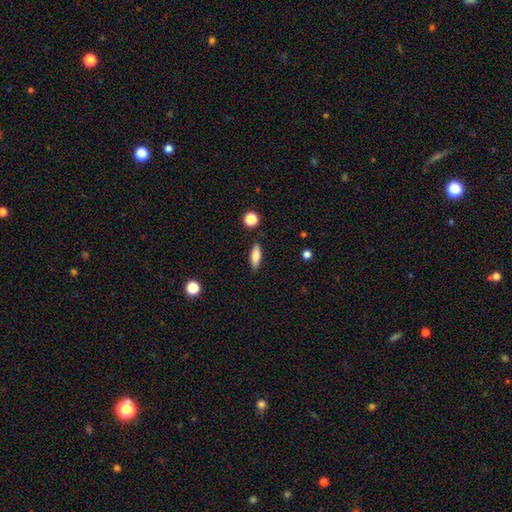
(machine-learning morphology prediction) Q: Smooth or featured?
A: smooth (75%); runner-up: featured or disk (18%)
Q: How rounded?
A: in between (53%); runner-up: cigar-shaped (44%)
Q: Merging?
A: none (87%); runner-up: minor disturbance (9%)